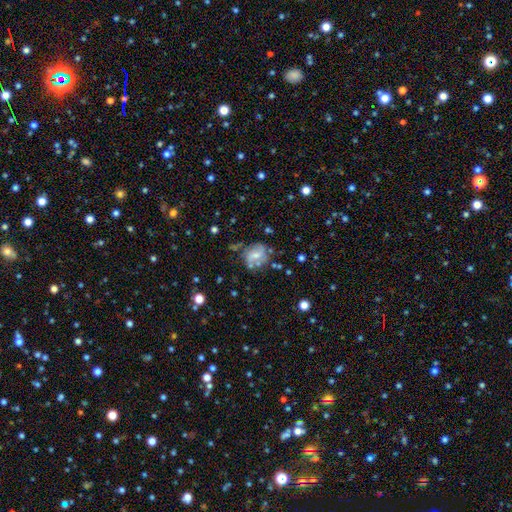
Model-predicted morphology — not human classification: smooth-or-featured: featured or disk: 52% | smooth: 38% | star or artifact: 10%
  disk-edge-on: no: 97% | yes: 3%
    bar: weak: 43% | no: 40% | strong: 16%
    has-spiral-arms: yes: 63% | no: 37%
    bulge-size: moderate: 44% | small: 43% | none: 9% | large: 4% | dominant: 1%
  merging: none: 52% | minor disturbance: 24% | major disturbance: 13% | merger: 11%